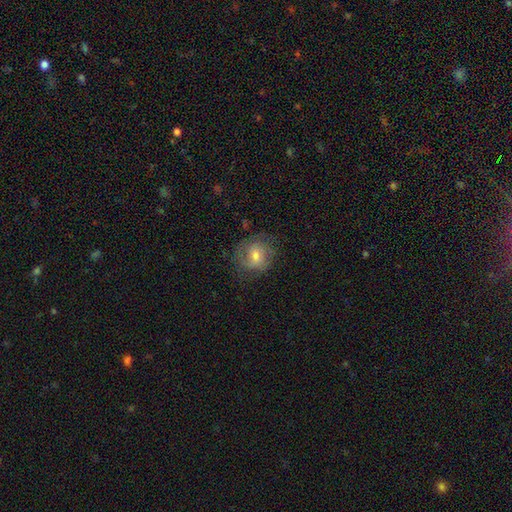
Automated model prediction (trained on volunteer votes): A smooth galaxy with no disk features (50%) that is round (74%).

Vote fractions:
- Smooth or featured? smooth: 50% / featured or disk: 41% / star or artifact: 9%
- How rounded? round: 74% / in between: 25% / cigar-shaped: 1%
- Merging? none: 70% / minor disturbance: 19% / major disturbance: 10% / merger: 1%